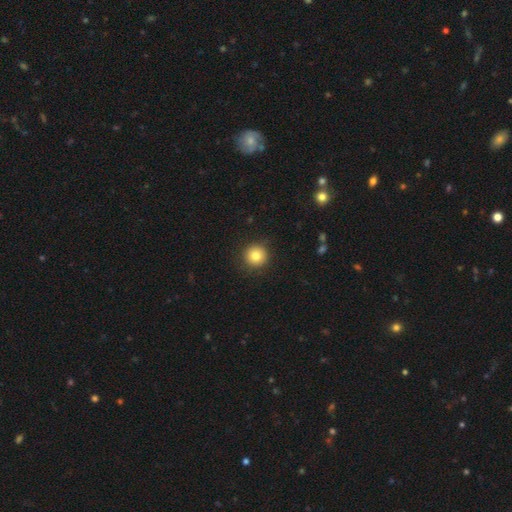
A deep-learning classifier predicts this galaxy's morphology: This appears to be a smooth galaxy with no disk features (82%) that is round (95%). Merging: none (89%).